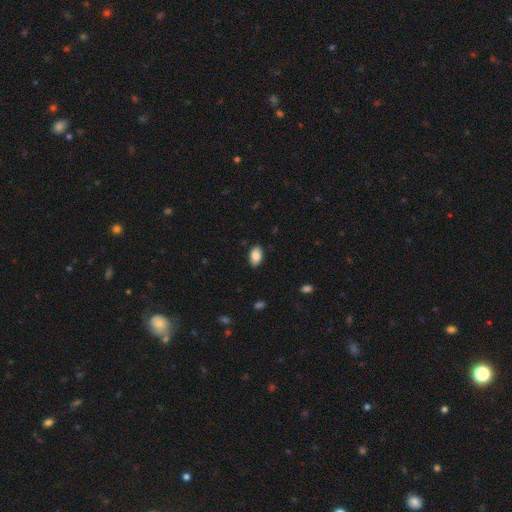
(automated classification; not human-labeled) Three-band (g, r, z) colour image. It shows a smooth galaxy with no disk features (86%) that is in between round and cigar-shaped (93%). Merging: none (87%).